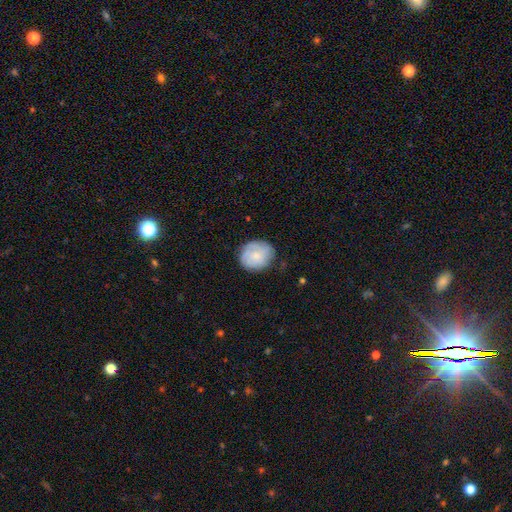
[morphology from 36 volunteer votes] This appears to be a smooth galaxy with no disk features (72%) that is round (81%). Merging: none (86%).